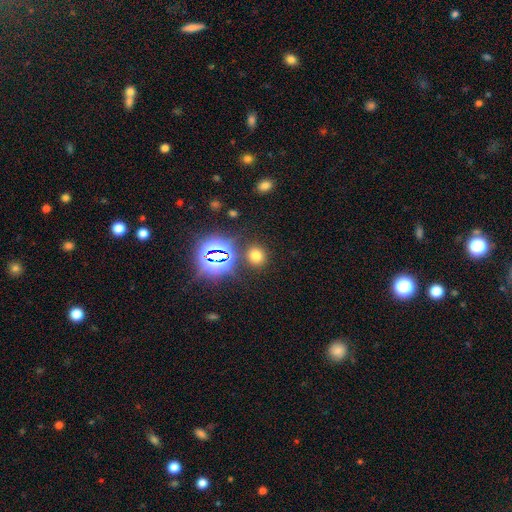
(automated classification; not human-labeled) This is likely a smooth galaxy (64%). How rounded: likely round (80%). Merging: clearly none (83%).